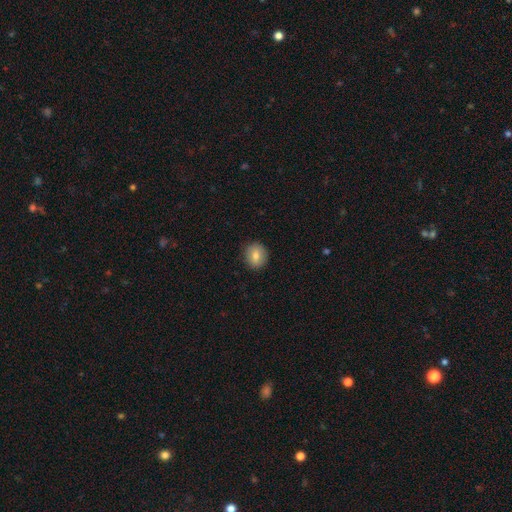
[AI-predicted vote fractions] Q: Smooth or featured?
A: smooth (79%); runner-up: featured or disk (13%)
Q: How rounded?
A: round (78%); runner-up: in between (21%)
Q: Merging?
A: none (89%); runner-up: minor disturbance (8%)